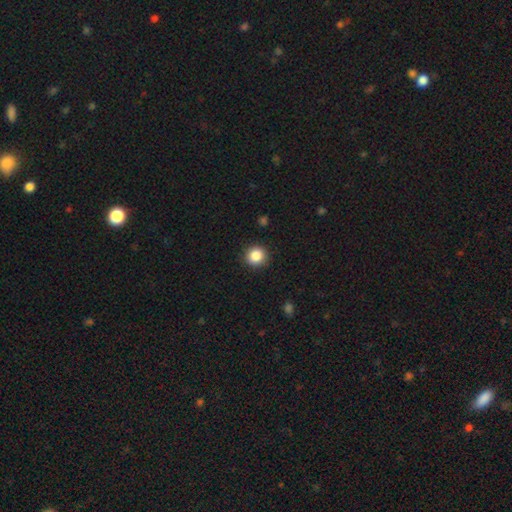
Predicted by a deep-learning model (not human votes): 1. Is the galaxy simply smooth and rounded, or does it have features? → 87% smooth, 10% star or artifact, 3% featured or disk.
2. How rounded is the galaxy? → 91% round, 8% in between, 1% cigar-shaped.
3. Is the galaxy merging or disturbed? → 90% none, 7% minor disturbance, 2% major disturbance, 1% merger.